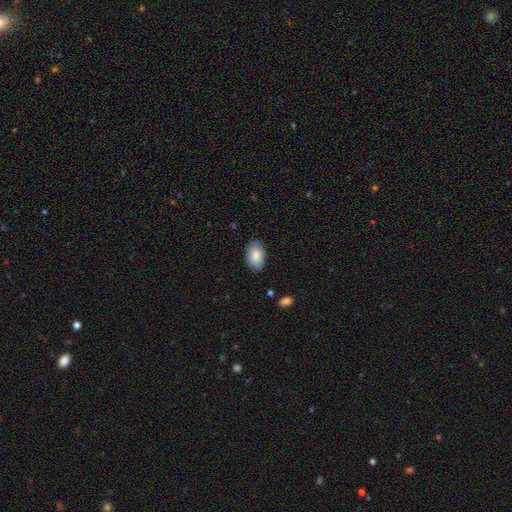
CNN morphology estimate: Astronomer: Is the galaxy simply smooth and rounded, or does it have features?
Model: smooth — 84%.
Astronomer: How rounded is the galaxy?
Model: in between — 91%.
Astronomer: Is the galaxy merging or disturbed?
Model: none — 82%.